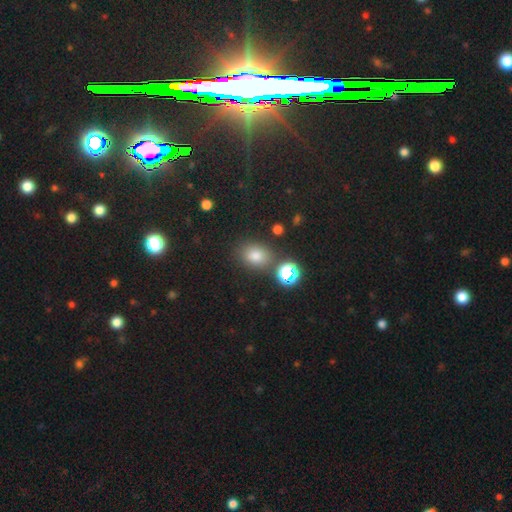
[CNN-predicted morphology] smooth-or-featured: smooth: 74% | star or artifact: 19% | featured or disk: 8%
  how-rounded: in between: 56% | round: 42% | cigar-shaped: 1%
  merging: none: 76% | minor disturbance: 12% | merger: 8% | major disturbance: 4%